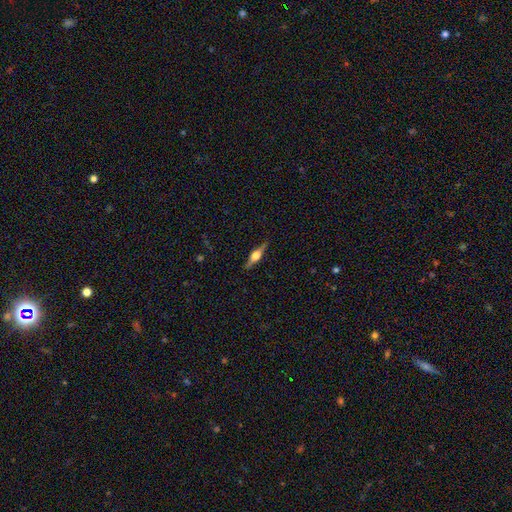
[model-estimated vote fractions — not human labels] Smooth or featured? featured or disk (68%)
Edge-on disk? yes (97%)
Edge-on bulge? rounded (91%)
Merging? none (87%)